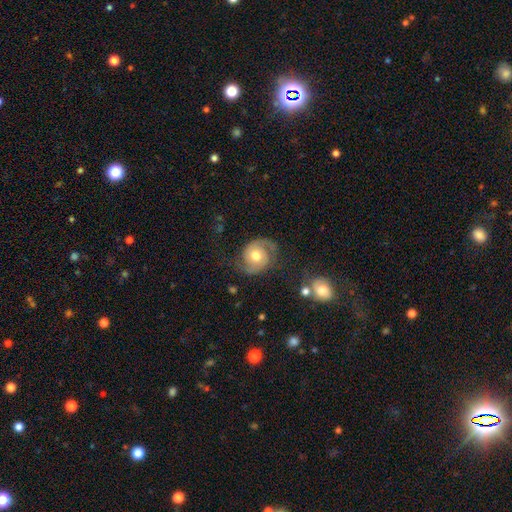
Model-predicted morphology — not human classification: Smooth or featured: featured or disk — 81% (smooth — 13%)
Edge-on disk: no — 98% (yes — 2%)
Bar: no — 73% (weak — 22%)
Spiral arms: yes — 95% (no — 5%)
Spiral winding: medium — 48% (tight — 32%)
Spiral arm count: 2 — 91% (can't tell — 4%)
Bulge size: moderate — 77% (small — 11%)
Merging: none — 74% (minor disturbance — 16%)